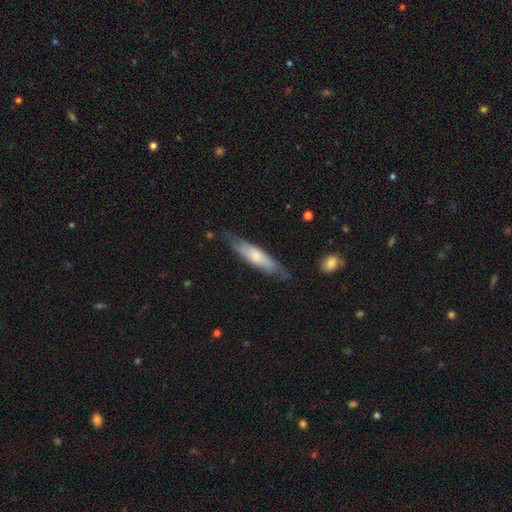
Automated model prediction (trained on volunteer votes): Morphology: type=smooth (49%); merging=none (75%).